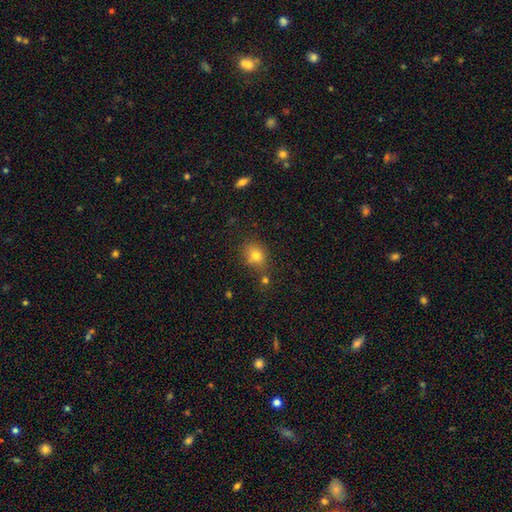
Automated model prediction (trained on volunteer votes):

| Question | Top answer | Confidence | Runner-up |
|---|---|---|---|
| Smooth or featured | smooth | 78% | star or artifact (13%) |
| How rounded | round | 58% | in between (41%) |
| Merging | none | 67% | minor disturbance (15%) |